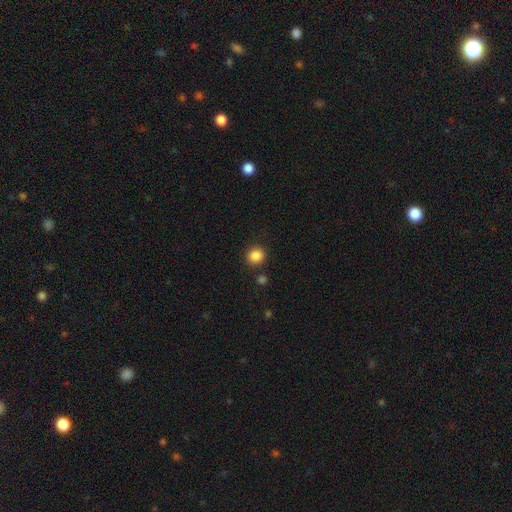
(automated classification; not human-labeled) Smooth or featured: smooth — 86% (star or artifact — 10%)
How rounded: round — 86% (in between — 13%)
Merging: none — 86% (minor disturbance — 8%)